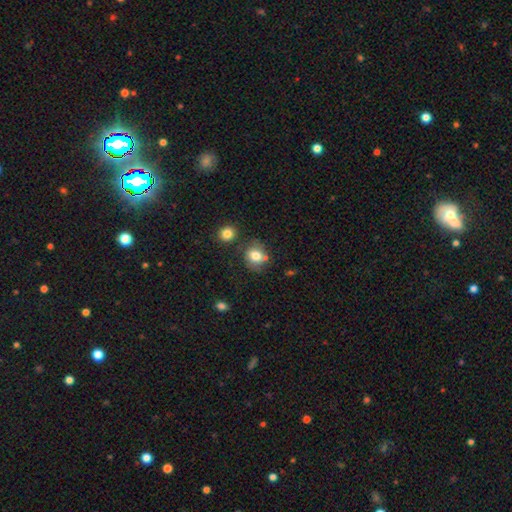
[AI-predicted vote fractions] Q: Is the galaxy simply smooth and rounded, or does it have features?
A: smooth — 79%.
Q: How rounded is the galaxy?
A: round — 67%.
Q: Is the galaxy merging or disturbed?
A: none — 67%.